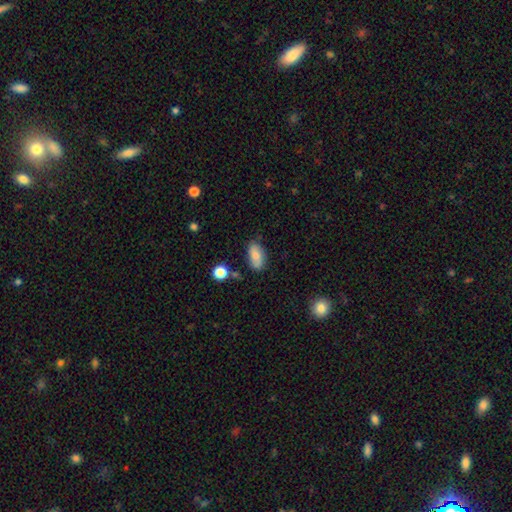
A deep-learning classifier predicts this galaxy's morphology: smooth-or-featured: smooth: 77% | featured or disk: 15% | star or artifact: 8%
  how-rounded: in between: 90% | cigar-shaped: 5% | round: 4%
  merging: none: 74% | minor disturbance: 19% | major disturbance: 4% | merger: 4%